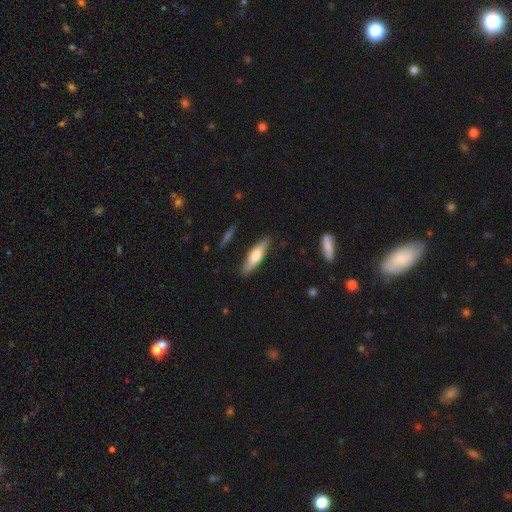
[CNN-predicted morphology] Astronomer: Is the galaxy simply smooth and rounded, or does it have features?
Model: smooth — 54% (runner-up: featured or disk, 41%).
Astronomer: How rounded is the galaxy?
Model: cigar-shaped — 75%.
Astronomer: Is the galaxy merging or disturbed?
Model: none — 87%.